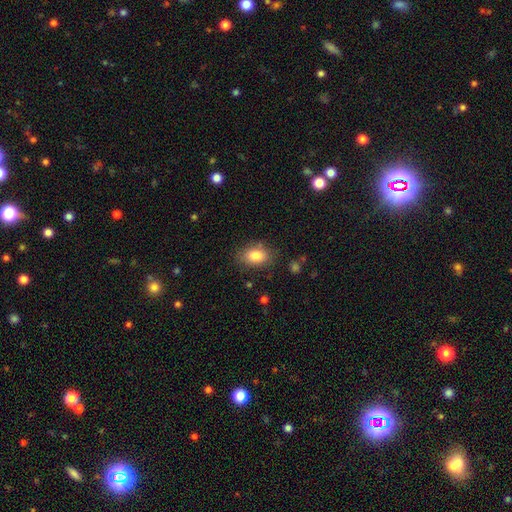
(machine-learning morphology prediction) A smooth galaxy with no disk features (84%) that is in between round and cigar-shaped (84%). Merging: none (79%).